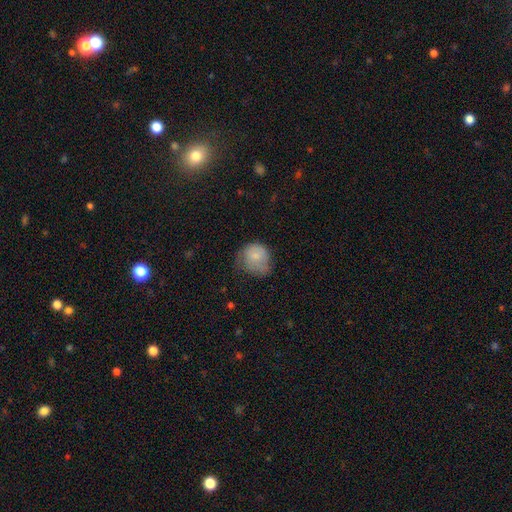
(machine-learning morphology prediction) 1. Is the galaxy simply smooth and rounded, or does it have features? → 76% smooth, 17% featured or disk, 8% star or artifact.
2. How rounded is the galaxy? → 74% round, 25% in between, 1% cigar-shaped.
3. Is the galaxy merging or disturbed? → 41% minor disturbance, 35% none, 22% major disturbance, 2% merger.